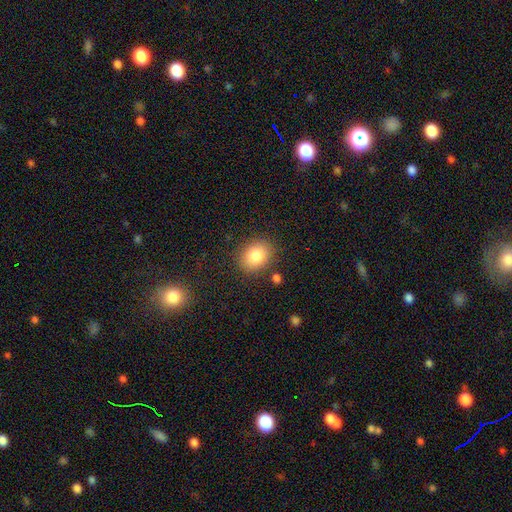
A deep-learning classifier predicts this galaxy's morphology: Smooth or featured? smooth (85%)
How rounded? in between (56%)
Merging? none (82%)